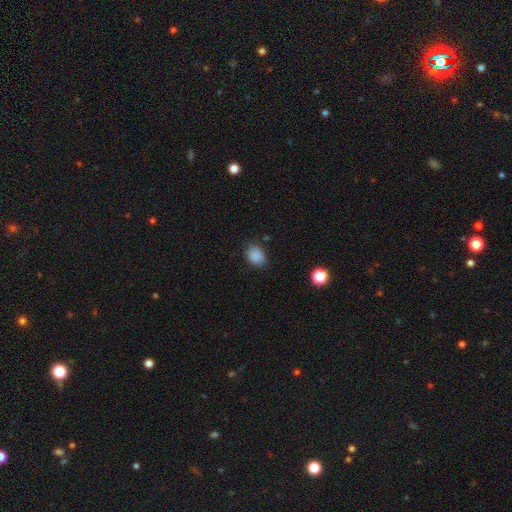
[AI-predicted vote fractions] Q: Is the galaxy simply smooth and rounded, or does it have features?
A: smooth — 87%.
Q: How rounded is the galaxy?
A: in between — 63%.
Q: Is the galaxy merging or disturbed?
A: none — 80%.